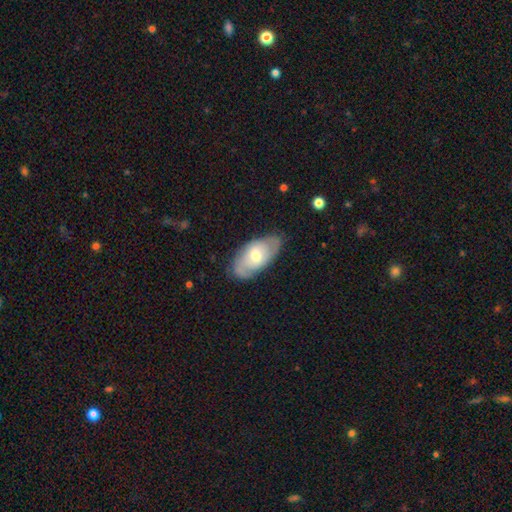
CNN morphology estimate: Q: Smooth or featured?
A: smooth (48%); runner-up: featured or disk (46%)
Q: Merging?
A: none (75%); runner-up: minor disturbance (19%)